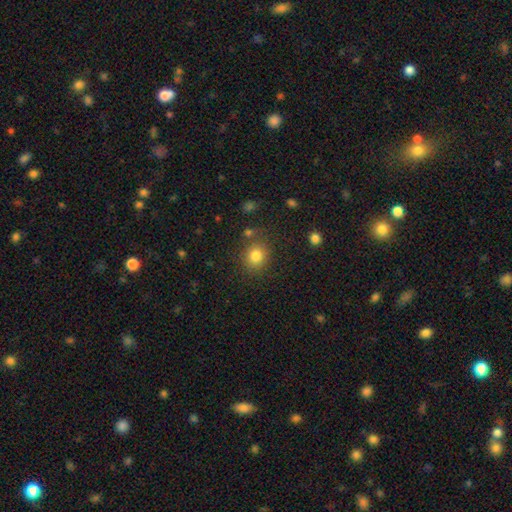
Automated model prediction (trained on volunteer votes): smooth 82%, star or artifact 12%, featured or disk 7%. Down the decision tree: how rounded — round (76%); merging — none (79%).